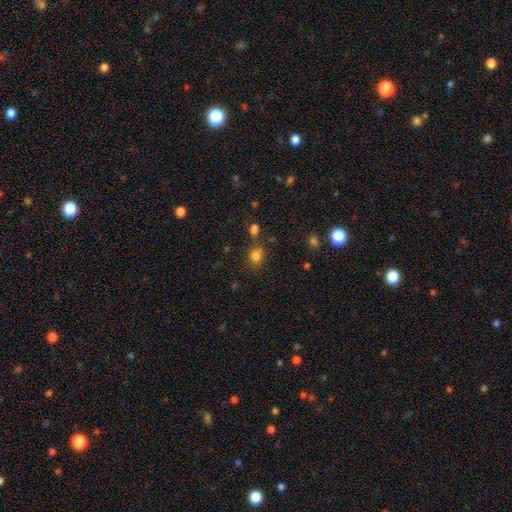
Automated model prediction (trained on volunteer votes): smooth_or_featured: smooth (p=0.79) [alt: star or artifact p=0.14]
how_rounded: round (p=0.54) [alt: in between p=0.45]
merging: none (p=0.68) [alt: minor disturbance p=0.14]